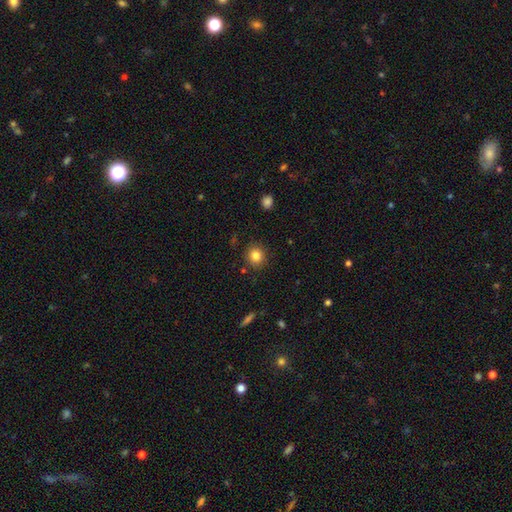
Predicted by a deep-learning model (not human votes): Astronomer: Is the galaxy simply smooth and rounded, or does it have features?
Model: smooth — 83%.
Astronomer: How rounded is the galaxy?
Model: round — 88%.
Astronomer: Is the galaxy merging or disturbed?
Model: none — 88%.